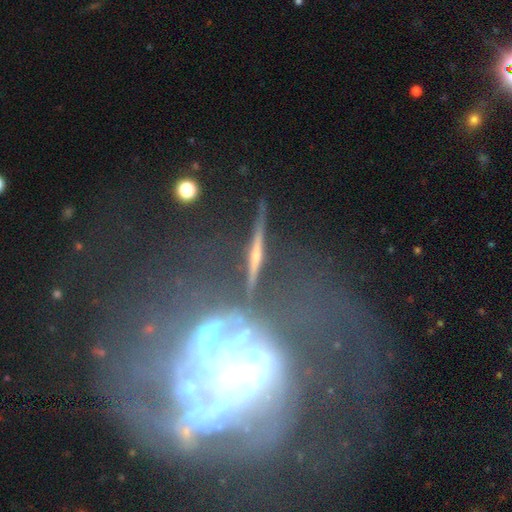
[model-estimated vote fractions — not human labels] smooth_or_featured: featured or disk (p=0.67) [alt: star or artifact p=0.18]
disk_edge_on: yes (p=0.89) [alt: no p=0.11]
edge_on_bulge: rounded (p=0.72) [alt: none p=0.17]
merging: none (p=0.72) [alt: minor disturbance p=0.14]